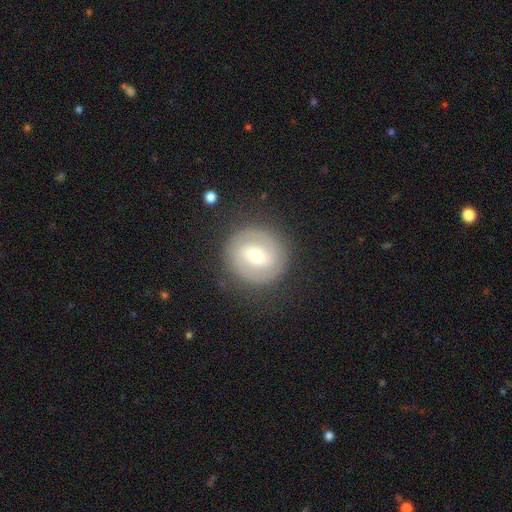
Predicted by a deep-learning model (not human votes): Smooth or featured? featured or disk (66%)
Edge-on disk? no (97%)
Bar? weak (50%)
Spiral arms? yes (80%)
Spiral winding? tight (48%)
Spiral arm count? 2 (85%)
Bulge size? moderate (62%)
Merging? none (86%)